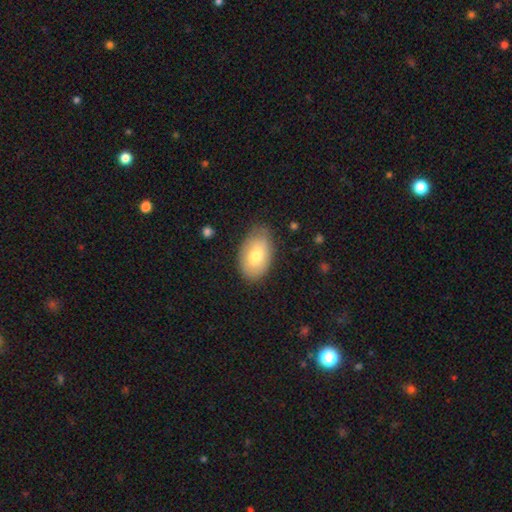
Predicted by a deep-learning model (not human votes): Smooth or featured? smooth (72%)
How rounded? in between (91%)
Merging? none (75%)